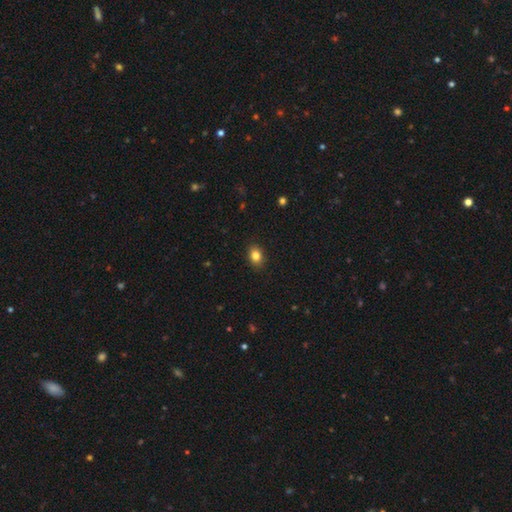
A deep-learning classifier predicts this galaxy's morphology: Smooth or featured: smooth — 83% (star or artifact — 10%)
How rounded: in between — 62% (round — 37%)
Merging: none — 89% (minor disturbance — 8%)